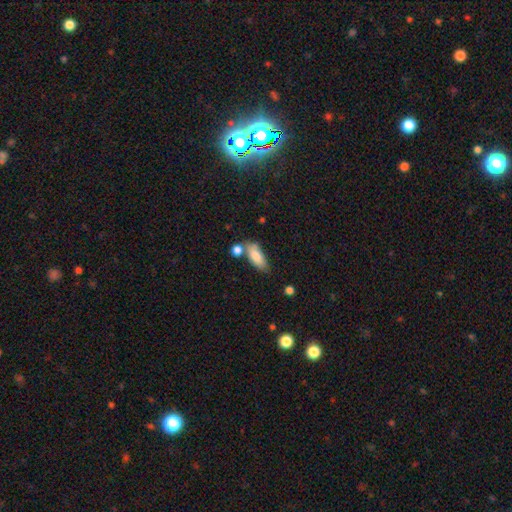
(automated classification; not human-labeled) Smooth or featured? Predicted: smooth (p=0.81). How rounded? Predicted: in between (p=0.79). Merging? Predicted: none (p=0.54).